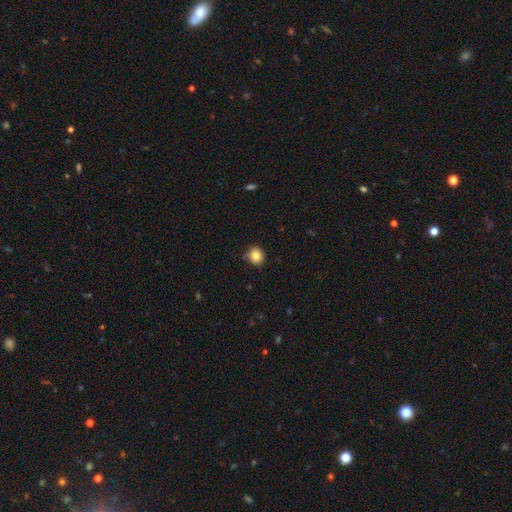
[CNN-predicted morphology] Smooth or featured? Predicted: smooth (p=0.84). How rounded? Predicted: round (p=0.83). Merging? Predicted: none (p=0.77).